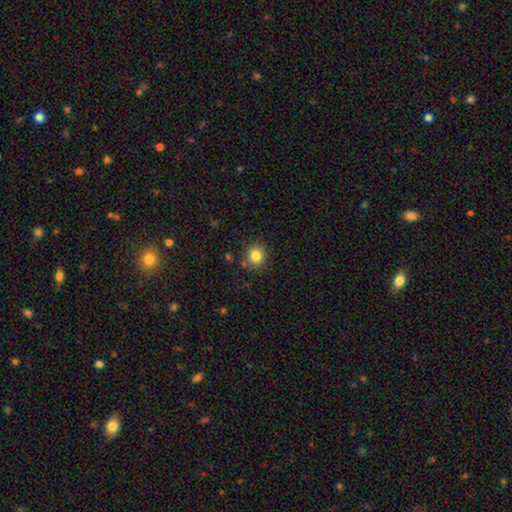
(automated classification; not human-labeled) Smooth or featured? smooth (84%)
How rounded? round (87%)
Merging? none (84%)